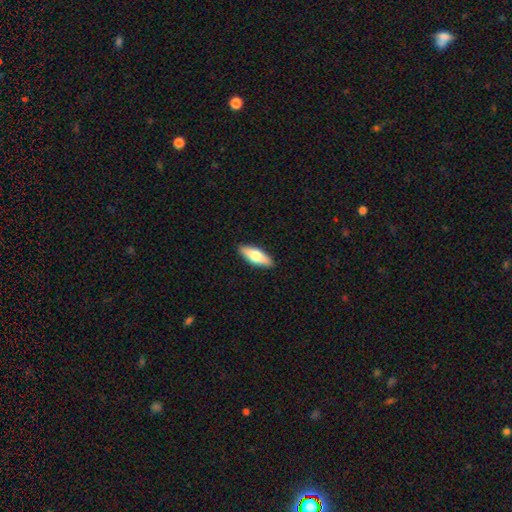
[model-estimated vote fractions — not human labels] Smooth or featured: smooth — 64% (featured or disk — 31%)
How rounded: in between — 64% (cigar-shaped — 34%)
Merging: none — 90% (minor disturbance — 8%)